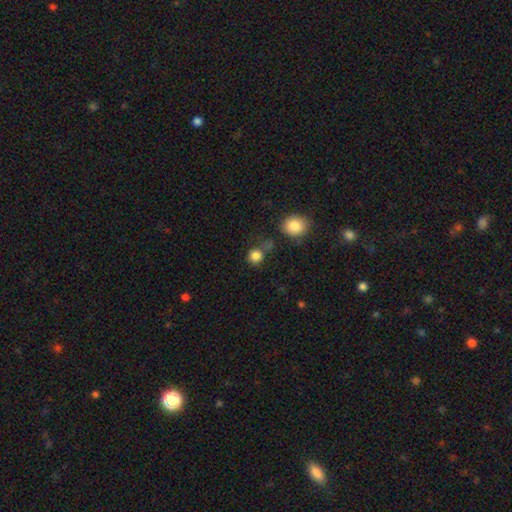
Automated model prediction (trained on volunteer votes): Smooth or featured?
  - smooth: 83% *
  - star or artifact: 13%
  - featured or disk: 5%
How rounded?
  - round: 86% *
  - in between: 13%
  - cigar-shaped: 1%
Merging?
  - none: 66% *
  - merger: 14%
  - minor disturbance: 13%
  - major disturbance: 7%